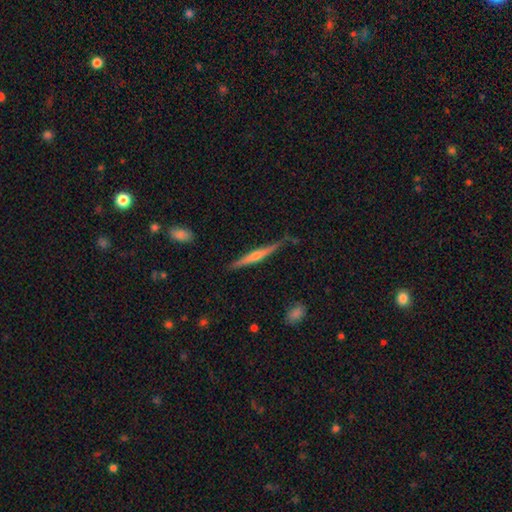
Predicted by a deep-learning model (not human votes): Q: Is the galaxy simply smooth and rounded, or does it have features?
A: featured or disk — 69%.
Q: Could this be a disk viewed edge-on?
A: yes — 98%.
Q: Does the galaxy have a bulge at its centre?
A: rounded — 74%.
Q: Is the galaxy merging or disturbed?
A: none — 85%.